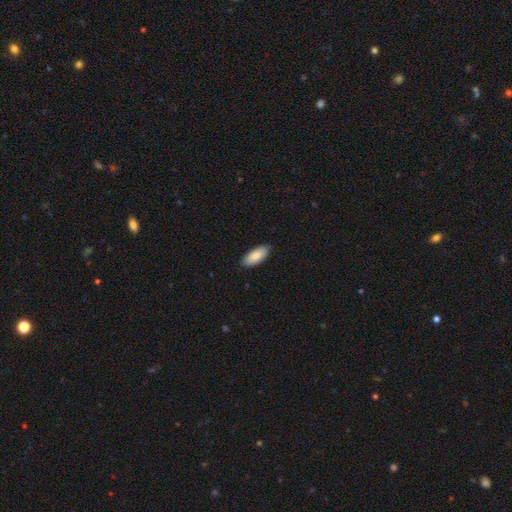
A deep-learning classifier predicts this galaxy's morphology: Smooth or featured? Predicted: smooth (p=0.86). How rounded? Predicted: in between (p=0.87). Merging? Predicted: none (p=0.87).